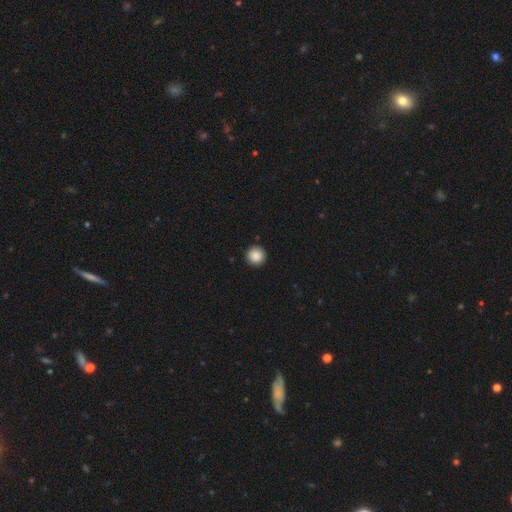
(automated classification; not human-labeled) A smooth galaxy with no disk features (88%) that is round (96%).

Vote fractions:
- Smooth or featured? smooth: 88% / star or artifact: 9% / featured or disk: 3%
- How rounded? round: 96% / in between: 3% / cigar-shaped: 1%
- Merging? none: 93% / minor disturbance: 5% / major disturbance: 2% / merger: 1%